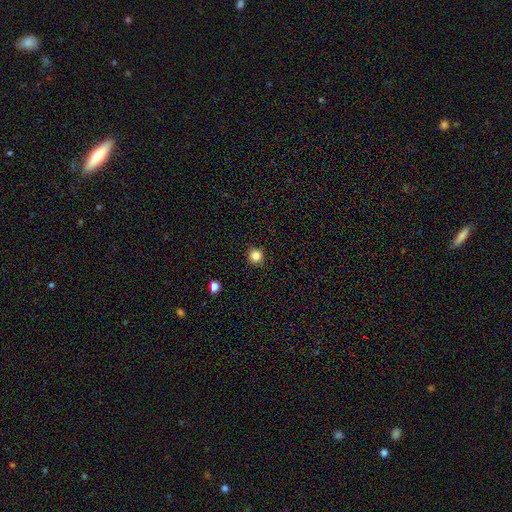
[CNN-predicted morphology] A smooth galaxy with no disk features (84%) that is round (93%). Merging: none (91%).